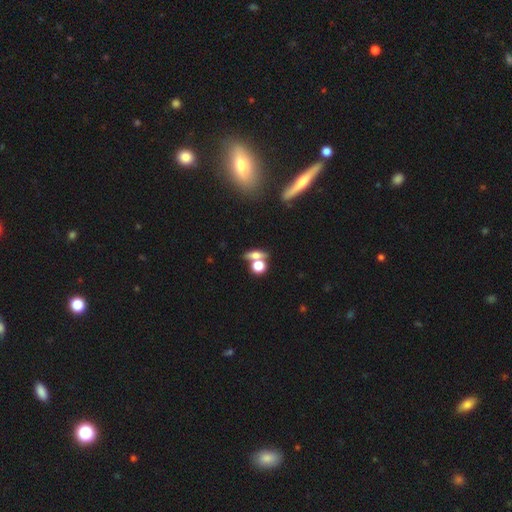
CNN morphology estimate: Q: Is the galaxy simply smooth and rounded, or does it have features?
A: smooth — 60%.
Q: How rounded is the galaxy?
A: in between — 40%.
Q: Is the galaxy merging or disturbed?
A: none — 51%.